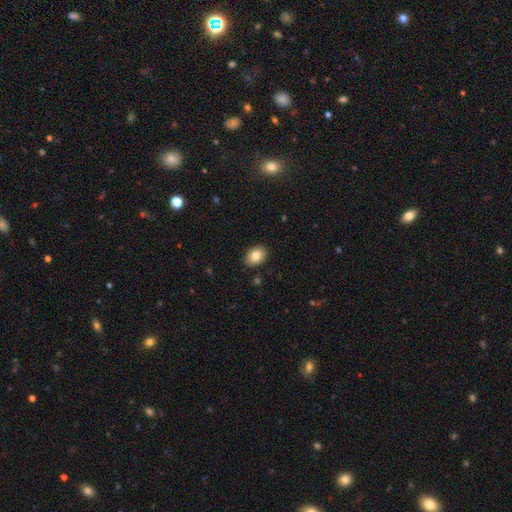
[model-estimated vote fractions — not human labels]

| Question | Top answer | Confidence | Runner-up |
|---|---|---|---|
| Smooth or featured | smooth | 83% | featured or disk (9%) |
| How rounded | in between | 73% | round (26%) |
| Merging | none | 88% | minor disturbance (8%) |